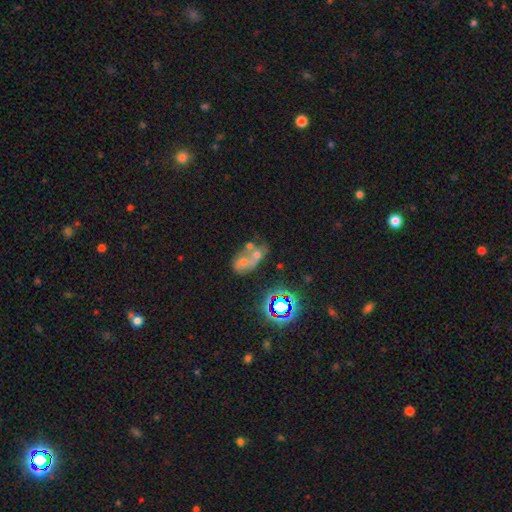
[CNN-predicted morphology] Smooth or featured: smooth — 37% (featured or disk — 32%)
Merging: merger — 57% (none — 24%)